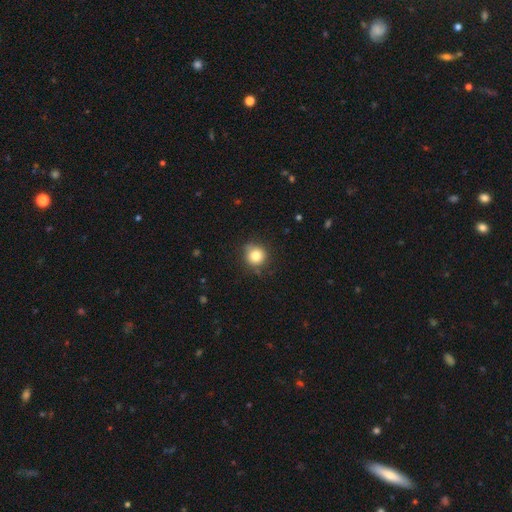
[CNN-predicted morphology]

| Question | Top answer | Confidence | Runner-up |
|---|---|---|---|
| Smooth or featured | smooth | 81% | star or artifact (11%) |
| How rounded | round | 91% | in between (8%) |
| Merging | none | 80% | minor disturbance (15%) |